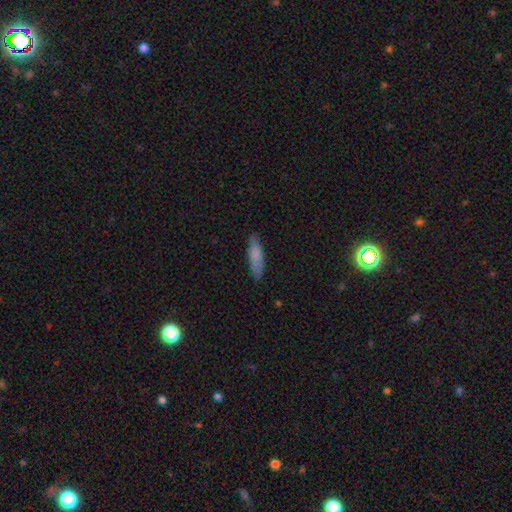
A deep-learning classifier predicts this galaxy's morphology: smooth-or-featured: smooth: 80% | featured or disk: 14% | star or artifact: 6%
  how-rounded: cigar-shaped: 67% | in between: 31% | round: 2%
  merging: none: 84% | minor disturbance: 13% | major disturbance: 2% | merger: 1%